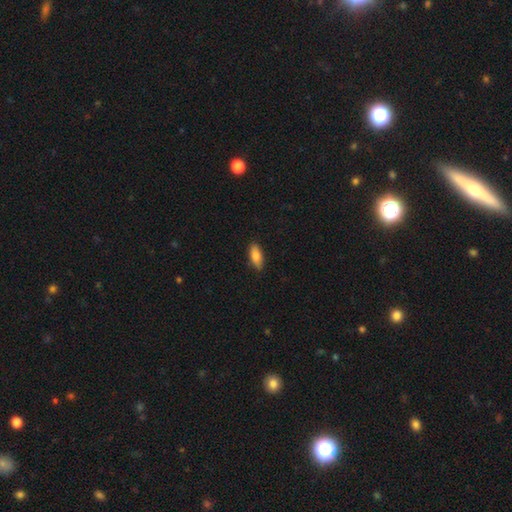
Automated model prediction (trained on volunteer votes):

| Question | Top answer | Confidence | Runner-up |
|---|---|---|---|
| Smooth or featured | smooth | 81% | featured or disk (13%) |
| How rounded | in between | 77% | cigar-shaped (21%) |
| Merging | none | 87% | minor disturbance (10%) |